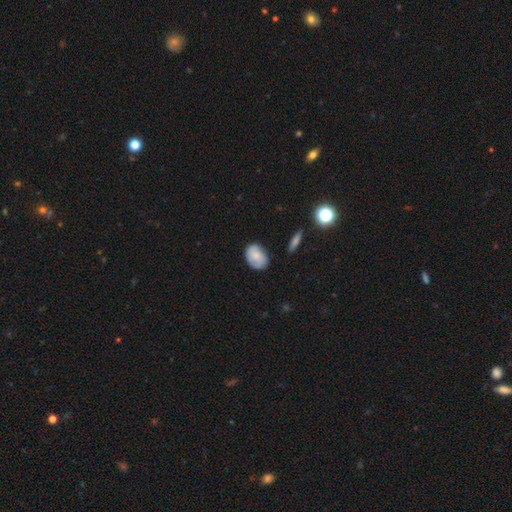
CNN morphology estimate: smooth_or_featured: smooth (p=0.73) [alt: featured or disk p=0.20]
how_rounded: in between (p=0.76) [alt: round p=0.23]
merging: none (p=0.66) [alt: minor disturbance p=0.26]